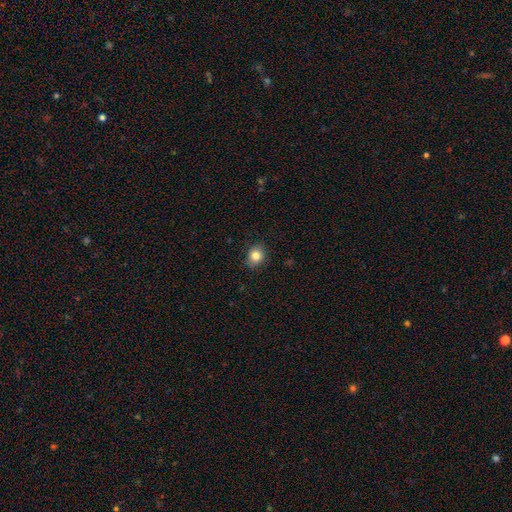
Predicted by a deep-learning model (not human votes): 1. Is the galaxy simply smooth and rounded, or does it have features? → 83% smooth, 10% star or artifact, 7% featured or disk.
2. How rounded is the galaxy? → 70% round, 30% in between, 1% cigar-shaped.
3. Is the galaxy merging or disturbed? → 87% none, 10% minor disturbance, 2% major disturbance, 1% merger.